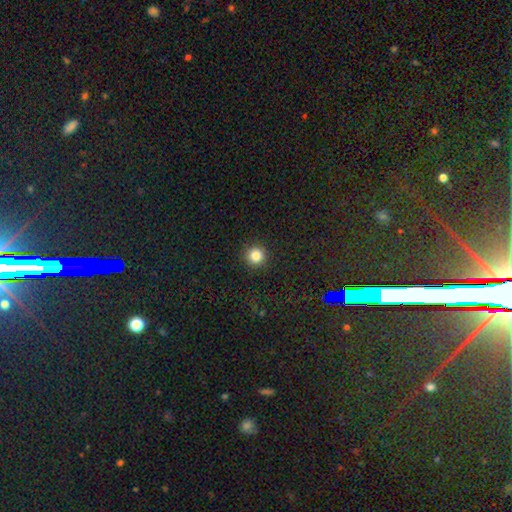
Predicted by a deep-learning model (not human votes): The model was most divided on "smooth or featured": smooth: 84%, star or artifact: 12%, featured or disk: 4%. More confident: how rounded — round (95%); merging — none (92%).